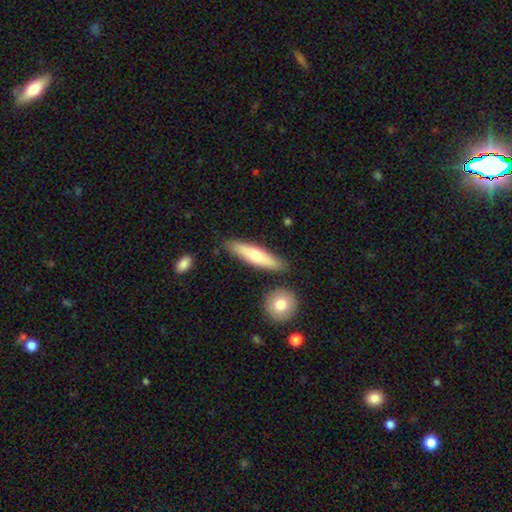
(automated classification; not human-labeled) Smooth or featured?
  - smooth: 56% *
  - featured or disk: 38%
  - star or artifact: 5%
How rounded?
  - cigar-shaped: 75% *
  - in between: 23%
  - round: 2%
Merging?
  - none: 83% *
  - minor disturbance: 10%
  - merger: 4%
  - major disturbance: 2%